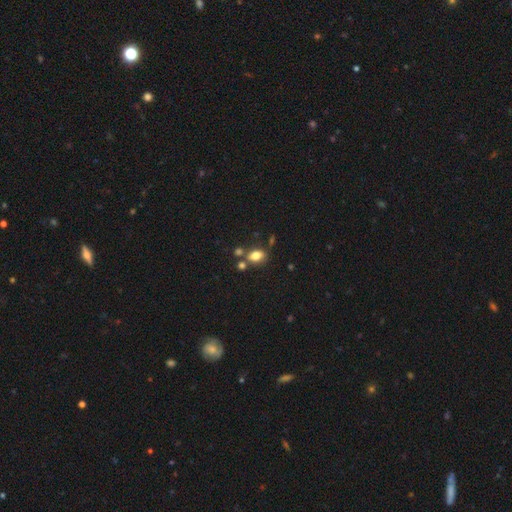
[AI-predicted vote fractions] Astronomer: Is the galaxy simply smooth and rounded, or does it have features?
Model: smooth — 80%.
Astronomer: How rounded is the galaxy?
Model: in between — 80%.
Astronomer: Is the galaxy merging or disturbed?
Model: none — 60%.